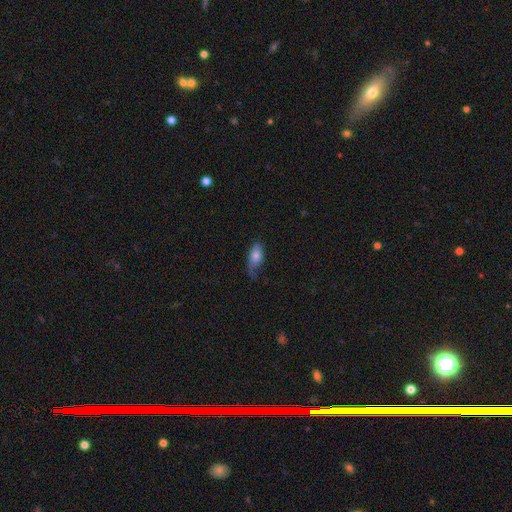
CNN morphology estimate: Q: Smooth or featured?
A: smooth (70%); runner-up: featured or disk (23%)
Q: How rounded?
A: in between (84%); runner-up: cigar-shaped (11%)
Q: Merging?
A: none (42%); runner-up: minor disturbance (37%)